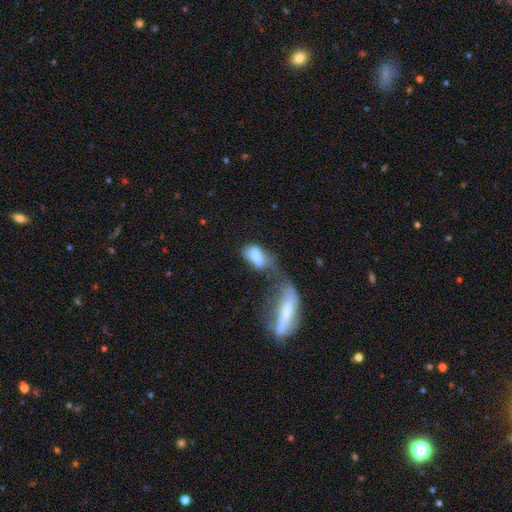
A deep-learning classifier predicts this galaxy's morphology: Smooth or featured: smooth — 66% (featured or disk — 25%)
How rounded: in between — 84% (cigar-shaped — 9%)
Merging: merger — 53% (major disturbance — 21%)